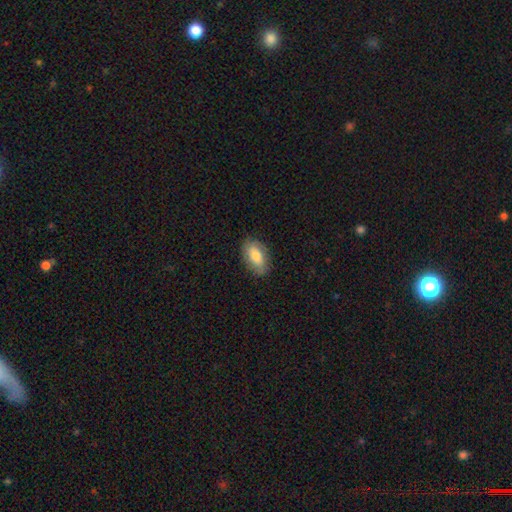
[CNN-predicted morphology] smooth 74%, featured or disk 20%, star or artifact 6%. Down the decision tree: how rounded — in between (91%); merging — none (81%).